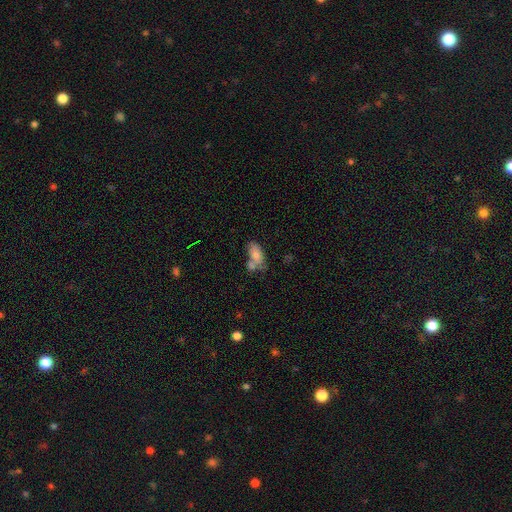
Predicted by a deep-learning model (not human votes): Smooth or featured? smooth (77%)
How rounded? in between (90%)
Merging? merger (39%)